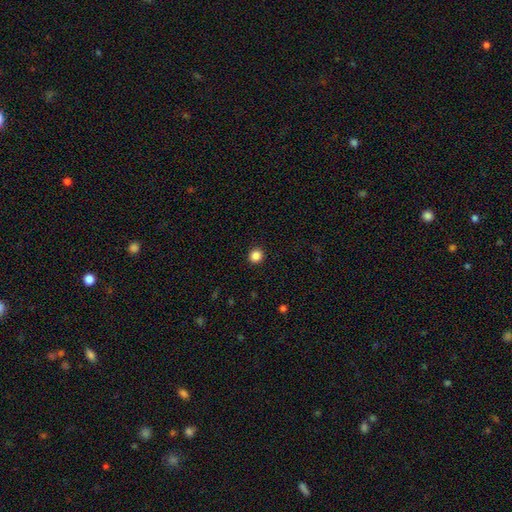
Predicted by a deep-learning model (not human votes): This appears to be a smooth galaxy with no disk features (86%) that is round (91%). Merging: none (93%).